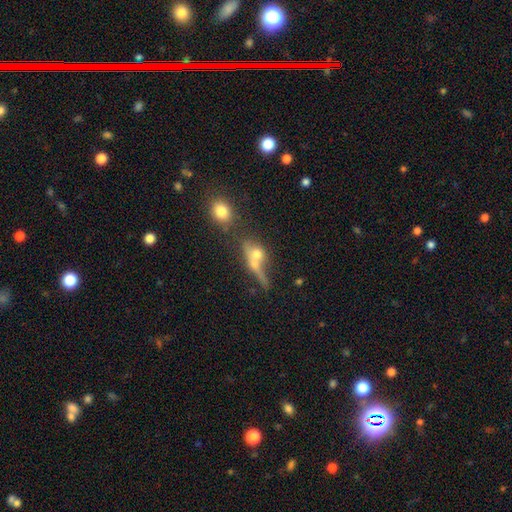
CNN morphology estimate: This is marginally a smooth galaxy (43%). Merging: marginally merger (45%).